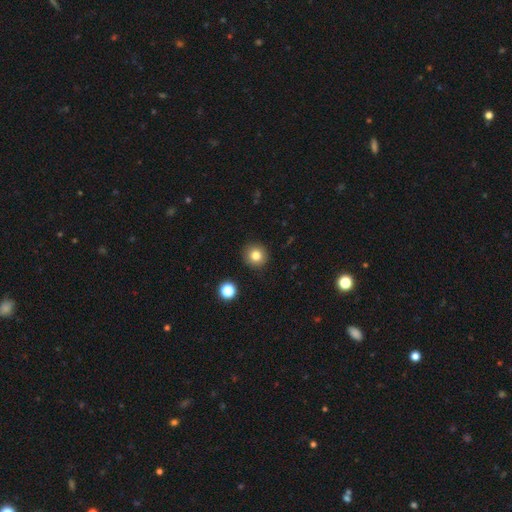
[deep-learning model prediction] Morphology: type=smooth (80%); roundness=round (93%); merging=none (91%).